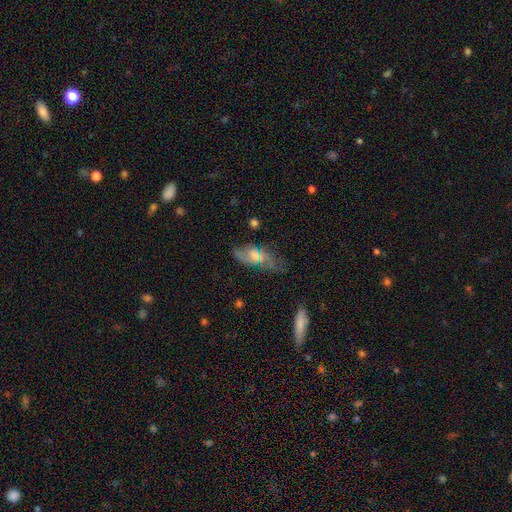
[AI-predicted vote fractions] Morphology: type=featured or disk (62%); edge-on=no (84%); bar=no (61%); spiral arms=yes (80%); bulge=moderate (55%); merging=none (57%).